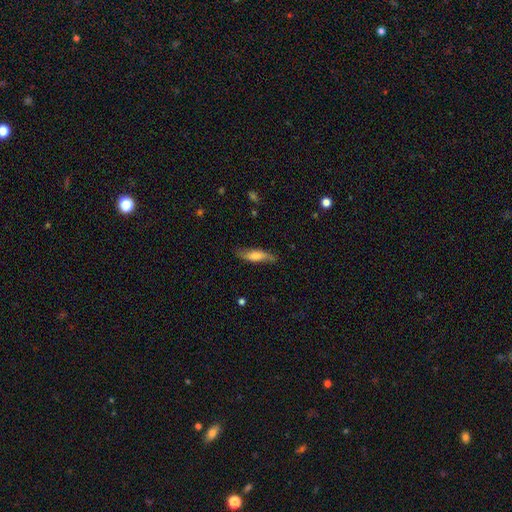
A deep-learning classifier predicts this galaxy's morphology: Smooth or featured? Predicted: smooth (p=0.57). How rounded? Predicted: cigar-shaped (p=0.62). Merging? Predicted: none (p=0.73).